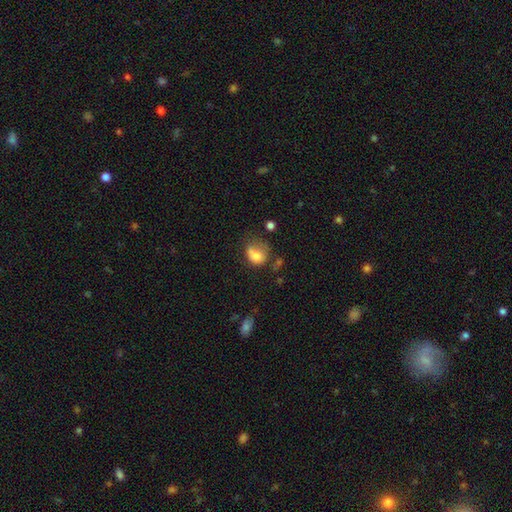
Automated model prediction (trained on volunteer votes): This appears to be a smooth galaxy with no disk features (73%) that is in between round and cigar-shaped (49%, tied with round). Merging: none (30%, tied with minor disturbance).